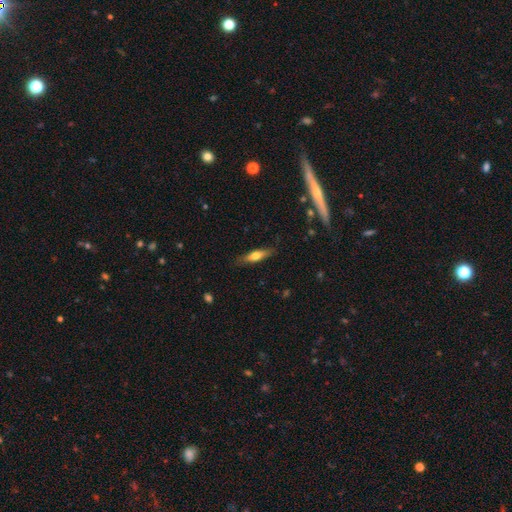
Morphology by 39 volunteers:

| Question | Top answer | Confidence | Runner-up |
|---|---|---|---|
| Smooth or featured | smooth | 51% | featured or disk (44%) |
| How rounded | in between | 50% | cigar-shaped (45%) |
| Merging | none | 89% | minor disturbance (11%) |